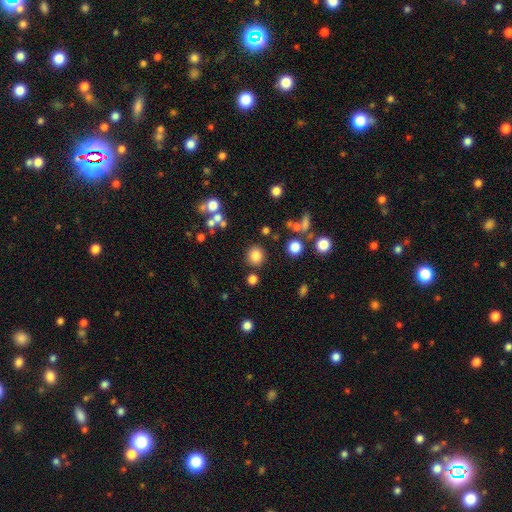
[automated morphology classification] smooth-or-featured: smooth: 81% | star or artifact: 13% | featured or disk: 6%
  how-rounded: round: 86% | in between: 13% | cigar-shaped: 1%
  merging: none: 85% | minor disturbance: 7% | merger: 4% | major disturbance: 3%